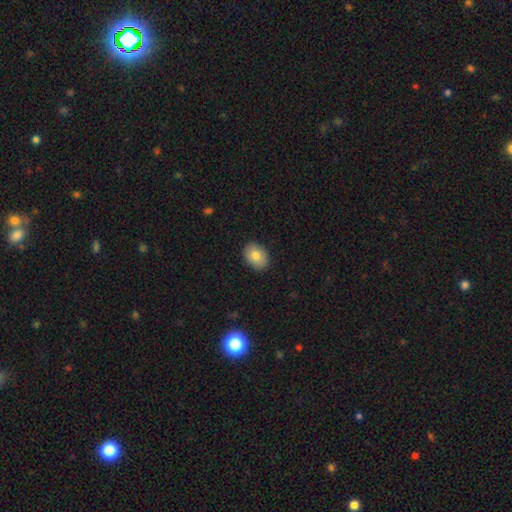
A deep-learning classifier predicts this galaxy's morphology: smooth-or-featured: smooth: 80% | featured or disk: 13% | star or artifact: 8%
  how-rounded: in between: 72% | round: 27% | cigar-shaped: 1%
  merging: none: 89% | minor disturbance: 8% | major disturbance: 2% | merger: 1%